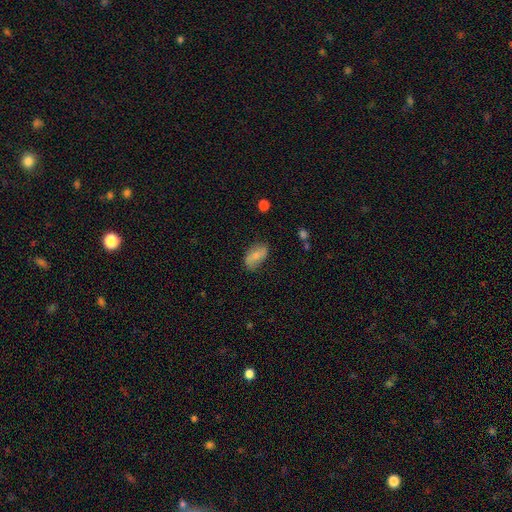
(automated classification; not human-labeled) The model was most divided on "merging": none: 67%, minor disturbance: 24%, major disturbance: 7%, merger: 2%. More confident: how rounded — in between (91%); smooth or featured — smooth (71%).